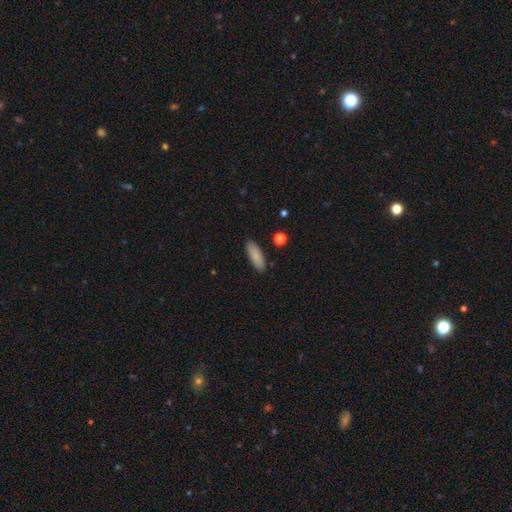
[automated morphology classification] Smooth or featured?
  - smooth: 85% *
  - featured or disk: 8%
  - star or artifact: 7%
How rounded?
  - in between: 61% *
  - cigar-shaped: 37%
  - round: 2%
Merging?
  - none: 88% *
  - minor disturbance: 9%
  - major disturbance: 2%
  - merger: 2%